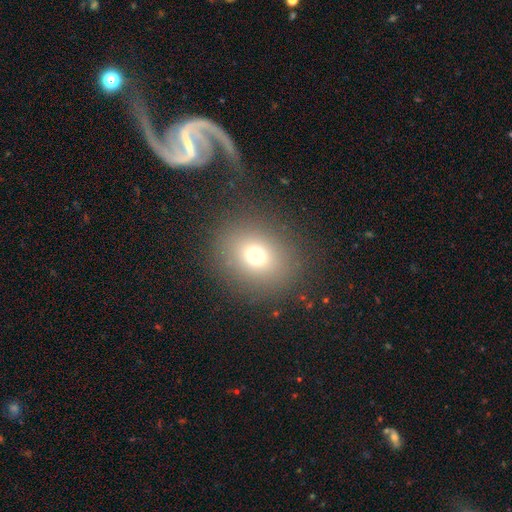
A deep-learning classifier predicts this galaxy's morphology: This is likely a smooth galaxy (70%). How rounded: likely round (71%). Merging: clearly none (86%).